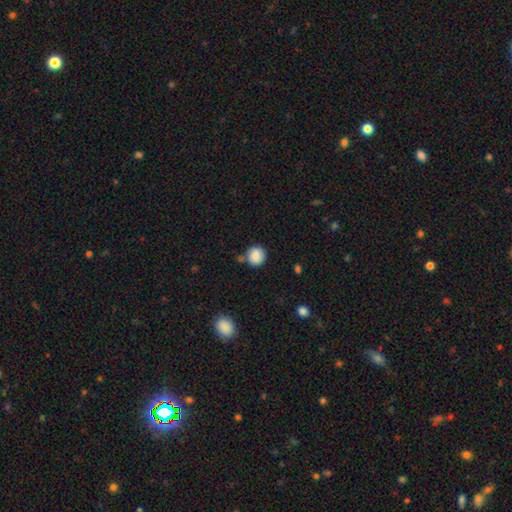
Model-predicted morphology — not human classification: This appears to be a smooth galaxy with no disk features (82%) that is round (85%). Merging: none (68%).